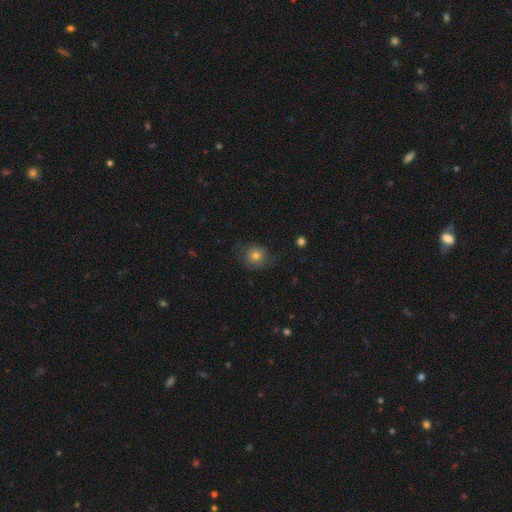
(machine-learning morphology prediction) A smooth galaxy with no disk features (73%) that is round (86%). Merging: none (71%).